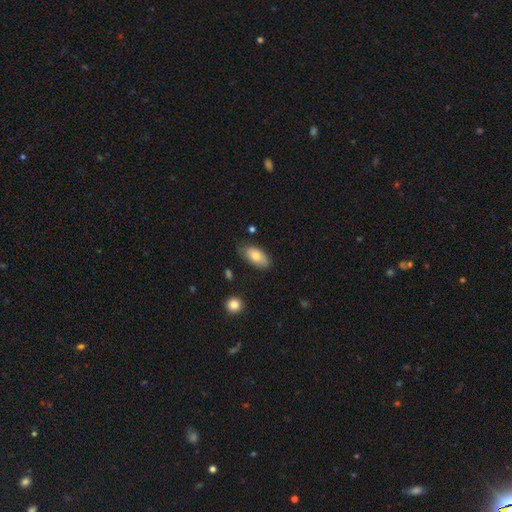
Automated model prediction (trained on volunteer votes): Morphology: type=smooth (76%); roundness=in between (93%); merging=none (73%).